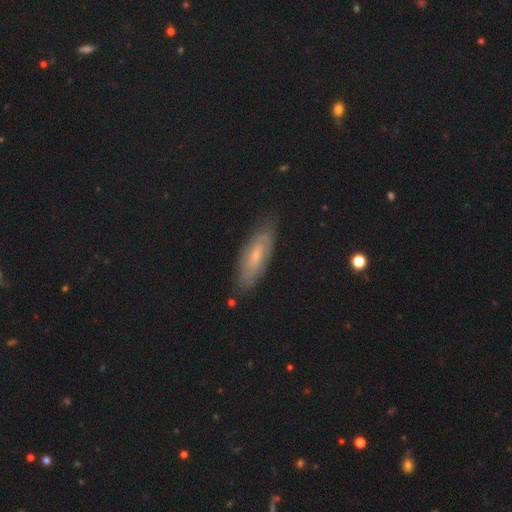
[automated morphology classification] Smooth or featured? featured or disk (58%)
Edge-on disk? no (76%)
Merging? none (78%)